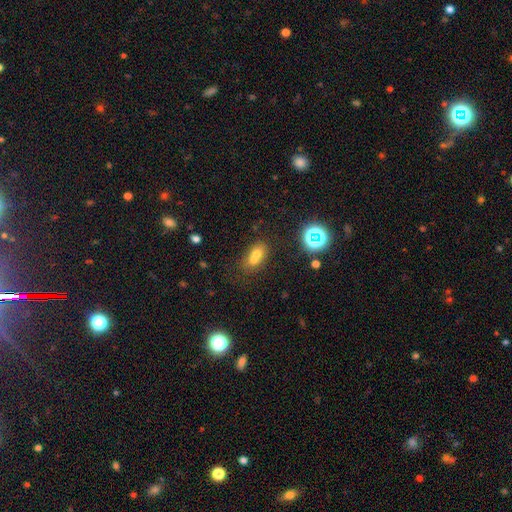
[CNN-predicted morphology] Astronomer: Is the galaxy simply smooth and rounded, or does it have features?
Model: smooth — 60%.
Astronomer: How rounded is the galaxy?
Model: in between — 57% (runner-up: round, 41%).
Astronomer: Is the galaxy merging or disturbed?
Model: merger — 57%.